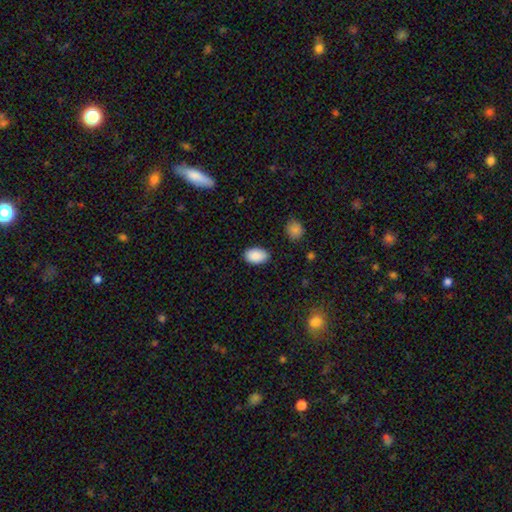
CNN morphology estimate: type=smooth (90%); roundness=in between (92%); merging=none (86%).